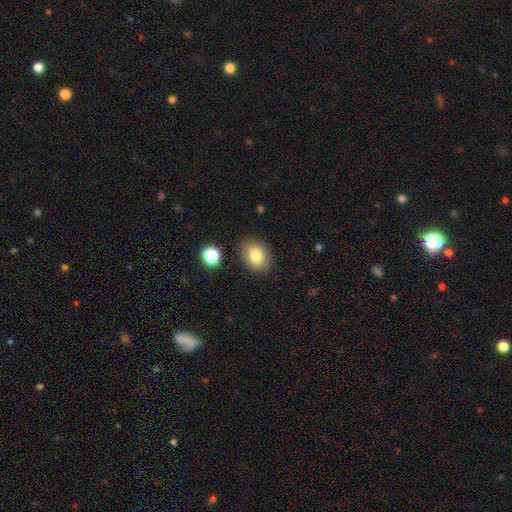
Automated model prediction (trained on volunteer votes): Overall: smooth (81%). How rounded: in between (56%; round 43%). Merging: none (84%).